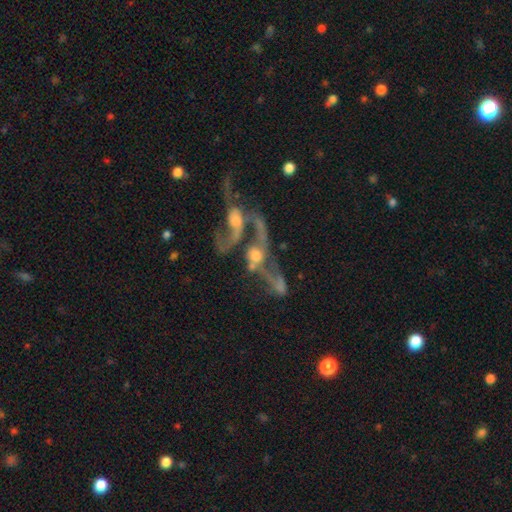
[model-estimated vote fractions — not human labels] Morphology: type=featured or disk (66%); edge-on=no (92%); bar=no (76%); spiral arms=yes (60%); bulge=moderate (46%); merging=merger (66%).